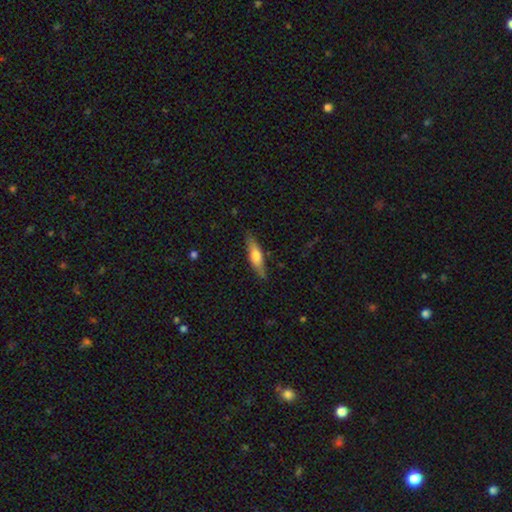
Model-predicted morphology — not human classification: Smooth or featured? Predicted: smooth (p=0.61). How rounded? Predicted: cigar-shaped (p=0.63). Merging? Predicted: none (p=0.82).